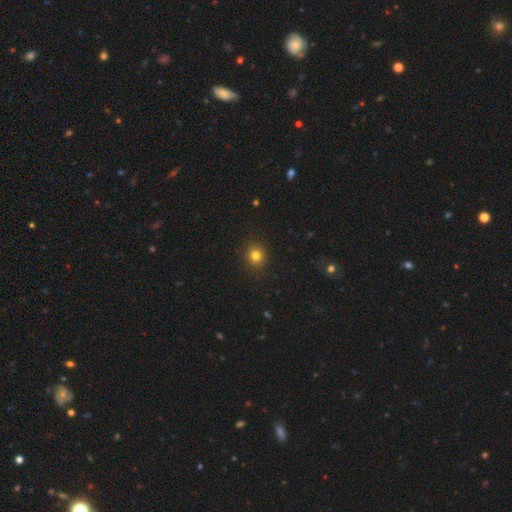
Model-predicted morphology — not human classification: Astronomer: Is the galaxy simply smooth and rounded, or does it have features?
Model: smooth — 81%.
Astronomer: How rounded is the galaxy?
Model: round — 86%.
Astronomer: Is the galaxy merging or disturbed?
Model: none — 91%.